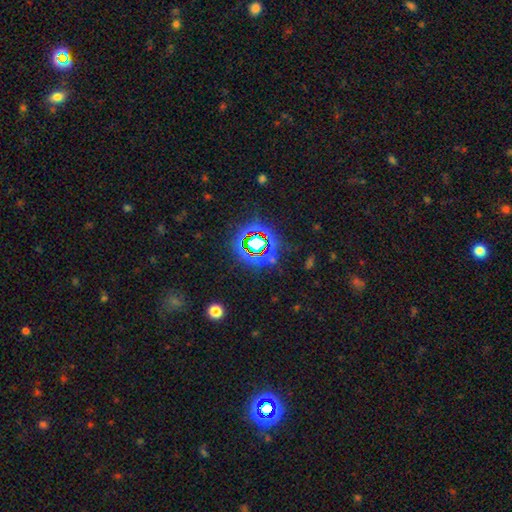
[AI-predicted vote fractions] Q: Smooth or featured?
A: star or artifact (60%); runner-up: smooth (24%)